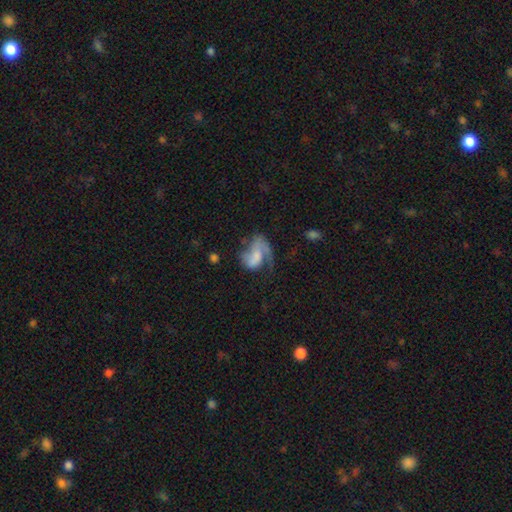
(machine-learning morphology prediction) type=featured or disk (62%); edge-on=no (97%); bar=no (56%); spiral arms=yes (78%); bulge=none (40%); merging=major disturbance (46%).